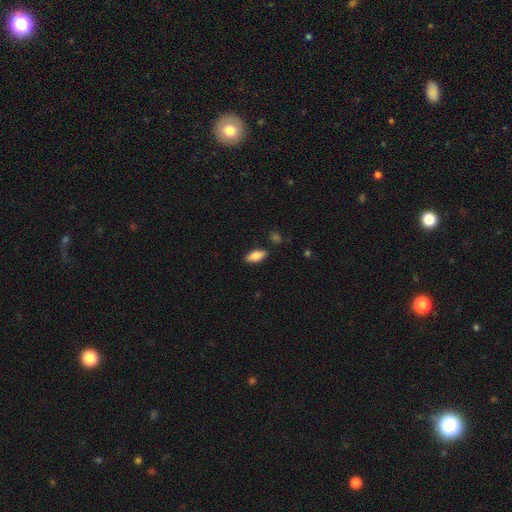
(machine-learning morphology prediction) Smooth or featured? smooth (83%)
How rounded? in between (86%)
Merging? none (85%)